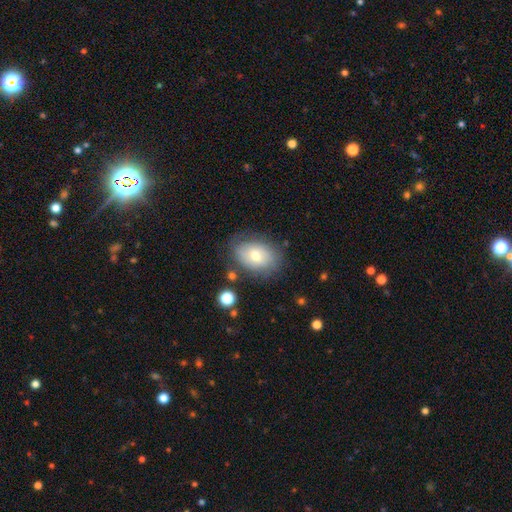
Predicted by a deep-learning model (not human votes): smooth-or-featured: smooth: 60% | featured or disk: 31% | star or artifact: 9%
  how-rounded: in between: 78% | round: 21% | cigar-shaped: 1%
  merging: none: 72% | minor disturbance: 18% | major disturbance: 6% | merger: 3%